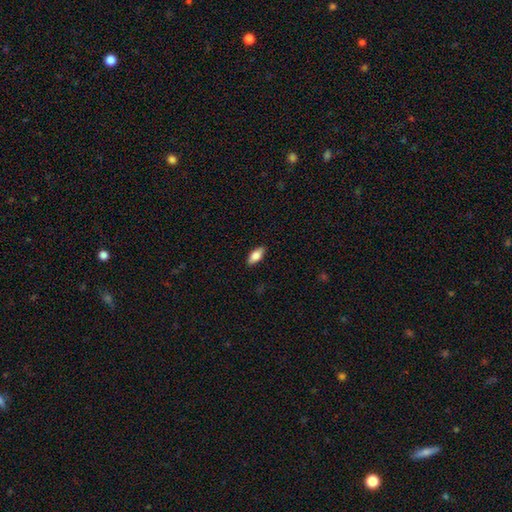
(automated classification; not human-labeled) Q: Smooth or featured?
A: smooth (81%); runner-up: featured or disk (12%)
Q: How rounded?
A: in between (86%); runner-up: cigar-shaped (12%)
Q: Merging?
A: none (89%); runner-up: minor disturbance (8%)